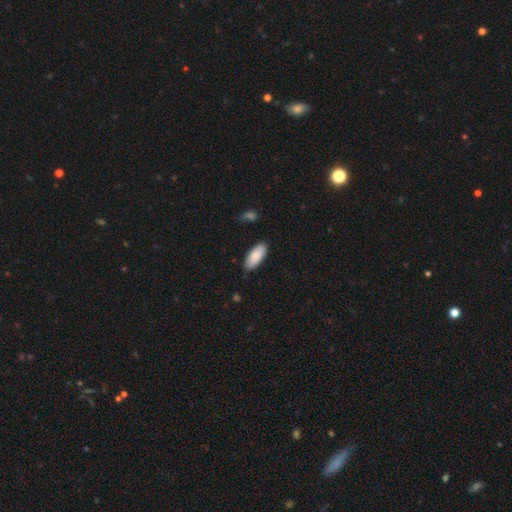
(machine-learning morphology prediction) This appears to be a smooth galaxy with no disk features (89%) that is in between round and cigar-shaped (86%). Merging: none (84%).